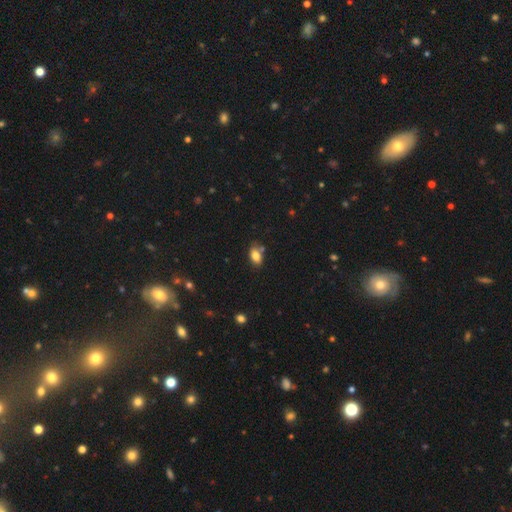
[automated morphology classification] This appears to be a smooth galaxy with no disk features (82%) that is in between round and cigar-shaped (89%). Merging: none (65%).